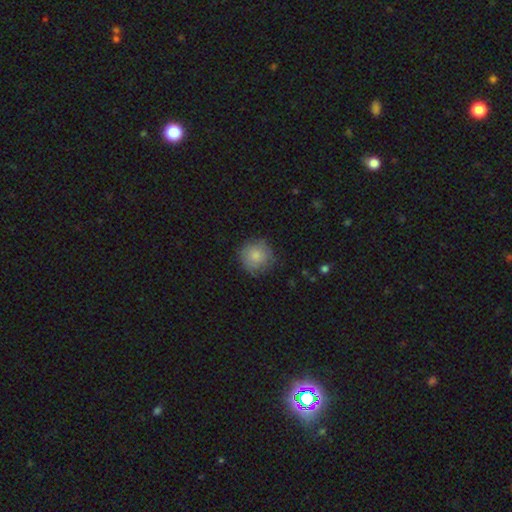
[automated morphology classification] smooth 79%, featured or disk 14%, star or artifact 7%. Down the decision tree: how rounded — round (93%); merging — none (78%).